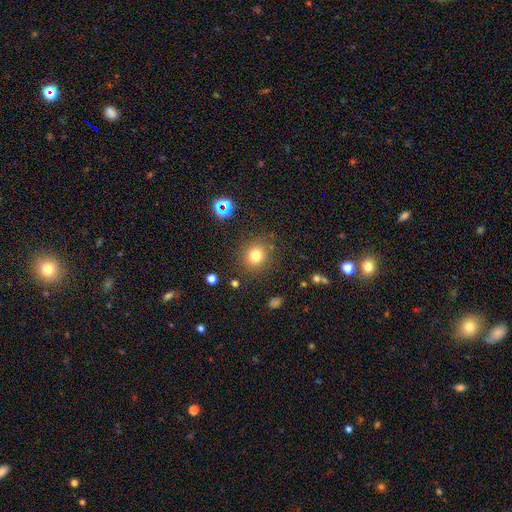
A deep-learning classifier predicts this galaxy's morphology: smooth_or_featured: smooth (p=0.76) [alt: star or artifact p=0.16]
how_rounded: round (p=0.86) [alt: in between p=0.13]
merging: none (p=0.85) [alt: minor disturbance p=0.09]